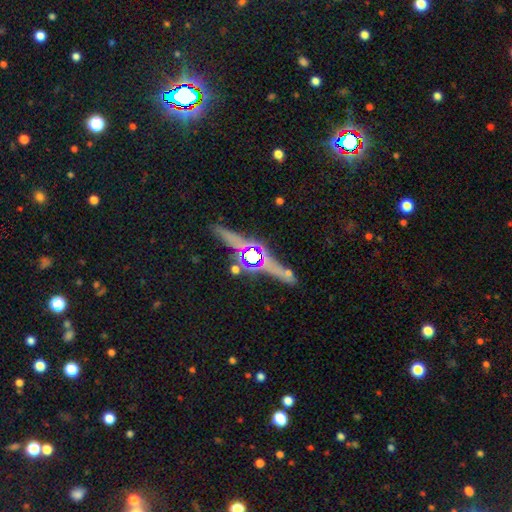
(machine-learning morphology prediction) The model was most divided on "smooth or featured": featured or disk: 68%, star or artifact: 19%, smooth: 14%. More confident: edge-on disk — yes (92%); merging — none (82%); edge-on bulge — rounded (79%).